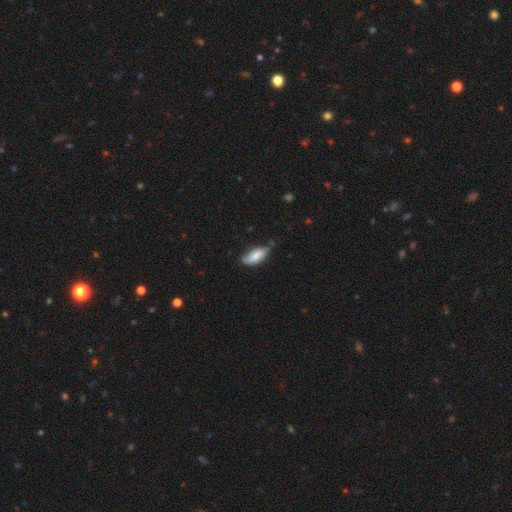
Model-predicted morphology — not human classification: Smooth or featured?
  - smooth: 75% *
  - featured or disk: 19%
  - star or artifact: 7%
How rounded?
  - in between: 82% *
  - cigar-shaped: 16%
  - round: 2%
Merging?
  - none: 48% *
  - minor disturbance: 40%
  - major disturbance: 8%
  - merger: 3%